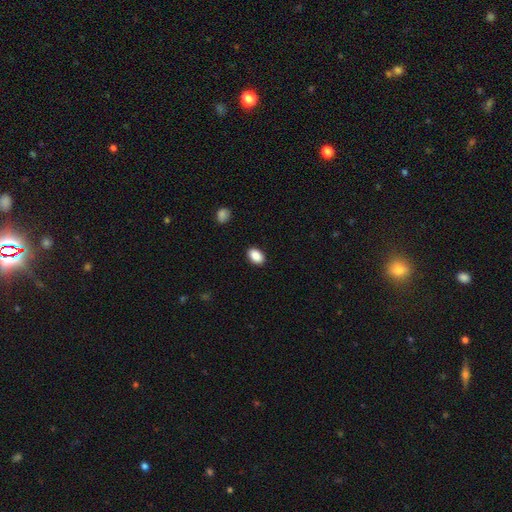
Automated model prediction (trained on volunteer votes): Smooth or featured? Predicted: smooth (p=0.89). How rounded? Predicted: in between (p=0.89). Merging? Predicted: none (p=0.90).